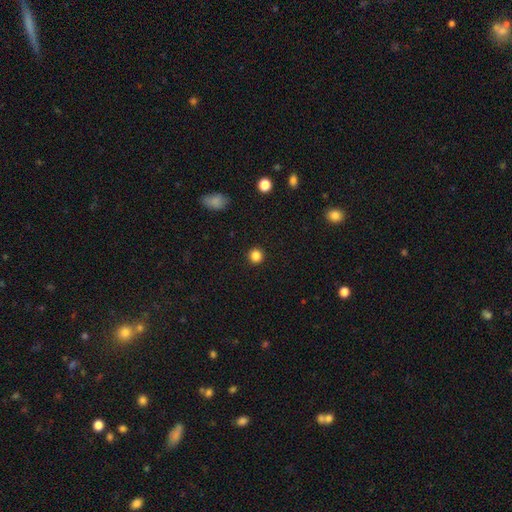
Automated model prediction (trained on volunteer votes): The model was most divided on "smooth or featured": smooth: 85%, star or artifact: 12%, featured or disk: 4%. More confident: how rounded — round (93%); merging — none (92%).